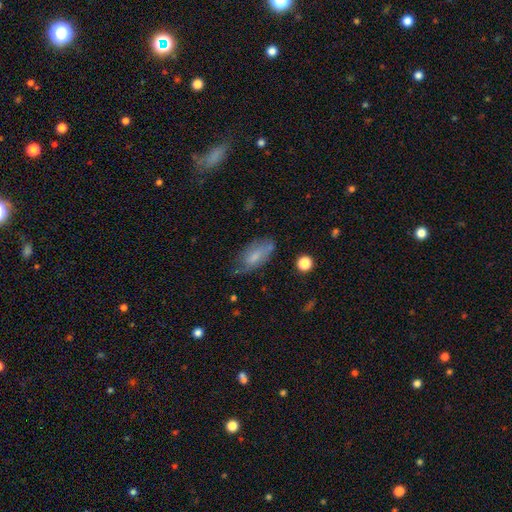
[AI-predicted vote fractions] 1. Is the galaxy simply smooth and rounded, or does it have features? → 58% smooth, 34% featured or disk, 8% star or artifact.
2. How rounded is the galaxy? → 85% in between, 11% cigar-shaped, 4% round.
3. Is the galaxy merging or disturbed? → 52% none, 32% minor disturbance, 13% major disturbance, 3% merger.